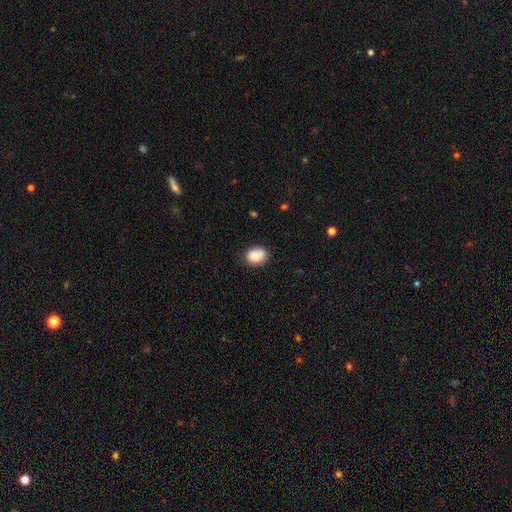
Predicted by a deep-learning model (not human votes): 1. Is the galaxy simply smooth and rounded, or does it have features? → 85% smooth, 8% star or artifact, 6% featured or disk.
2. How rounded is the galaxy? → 55% in between, 44% round, 1% cigar-shaped.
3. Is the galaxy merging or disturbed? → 75% none, 18% minor disturbance, 4% major disturbance, 3% merger.